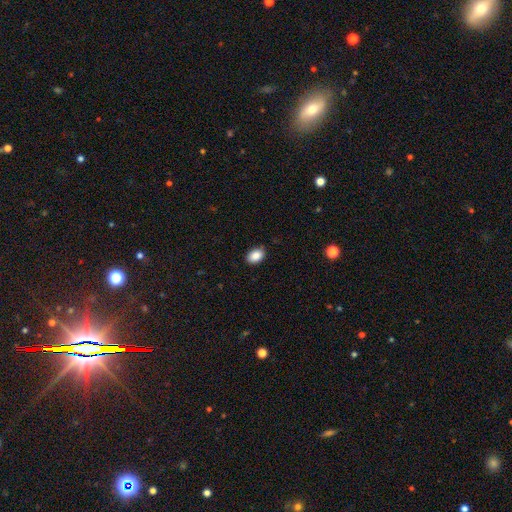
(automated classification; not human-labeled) smooth-or-featured: smooth: 89% | star or artifact: 8% | featured or disk: 4%
  how-rounded: in between: 85% | round: 14% | cigar-shaped: 1%
  merging: none: 86% | minor disturbance: 11% | major disturbance: 2% | merger: 1%